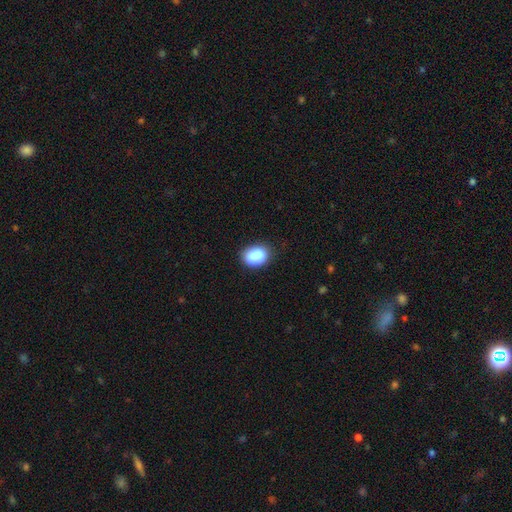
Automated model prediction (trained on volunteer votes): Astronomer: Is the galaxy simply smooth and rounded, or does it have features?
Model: smooth — 88%.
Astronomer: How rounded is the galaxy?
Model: in between — 70%.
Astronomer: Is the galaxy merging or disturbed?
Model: none — 83%.